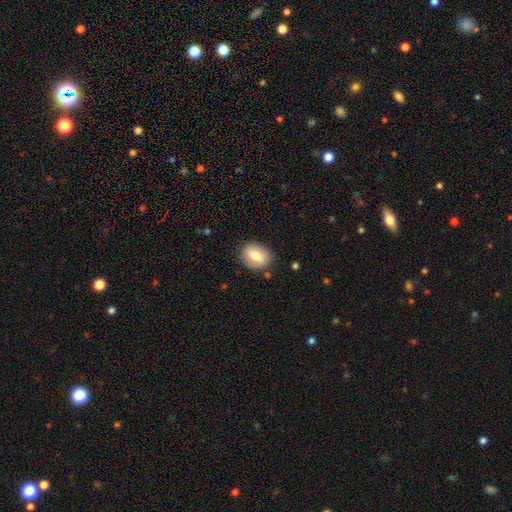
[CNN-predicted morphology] type=smooth (76%); roundness=in between (66%); merging=none (80%).